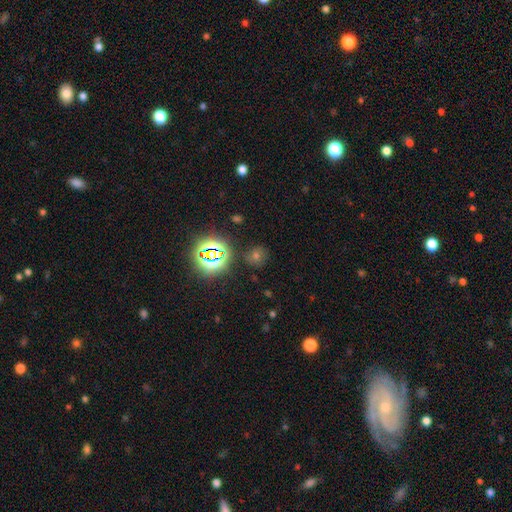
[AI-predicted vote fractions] Q: Smooth or featured?
A: star or artifact (52%); runner-up: smooth (38%)